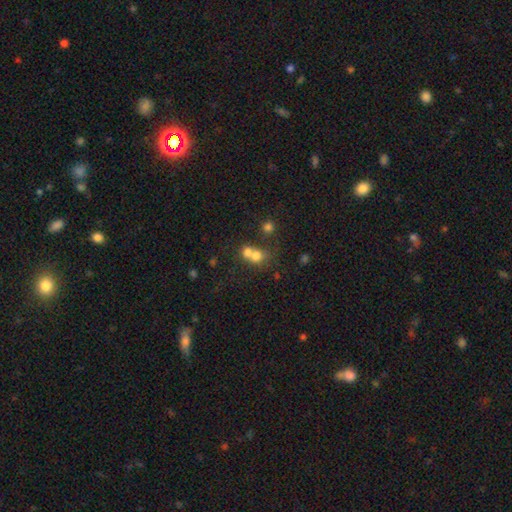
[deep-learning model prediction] smooth-or-featured: smooth: 71% | featured or disk: 16% | star or artifact: 13%
  how-rounded: round: 73% | in between: 26% | cigar-shaped: 1%
  merging: merger: 63% | none: 27% | minor disturbance: 6% | major disturbance: 4%